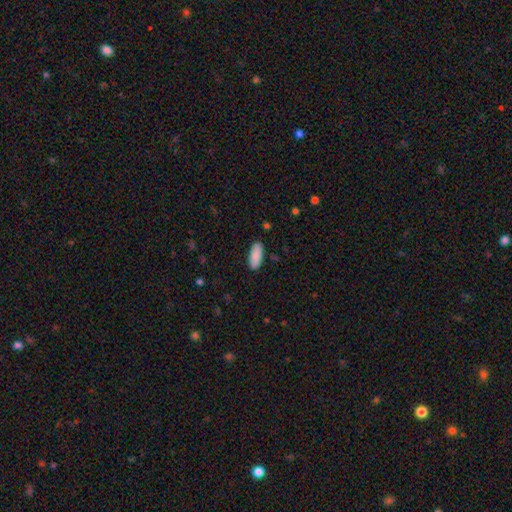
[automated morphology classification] smooth-or-featured: smooth: 89% | star or artifact: 6% | featured or disk: 6%
  how-rounded: in between: 82% | cigar-shaped: 17% | round: 2%
  merging: none: 88% | minor disturbance: 9% | major disturbance: 2% | merger: 1%